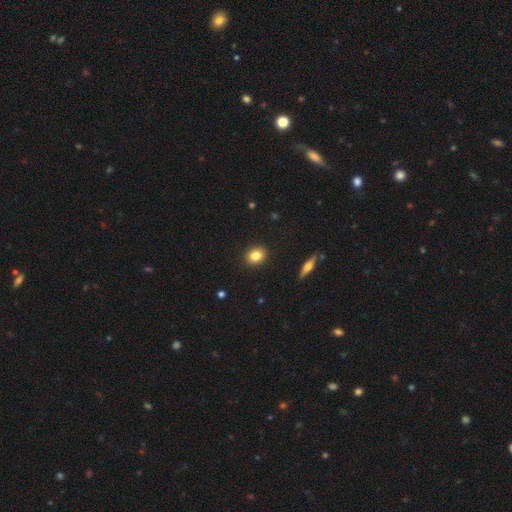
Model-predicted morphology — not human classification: A smooth galaxy with no disk features (83%) that is round (63%).

Vote fractions:
- Smooth or featured? smooth: 83% / star or artifact: 9% / featured or disk: 8%
- How rounded? round: 63% / in between: 35% / cigar-shaped: 2%
- Merging? none: 91% / minor disturbance: 6% / major disturbance: 2% / merger: 1%